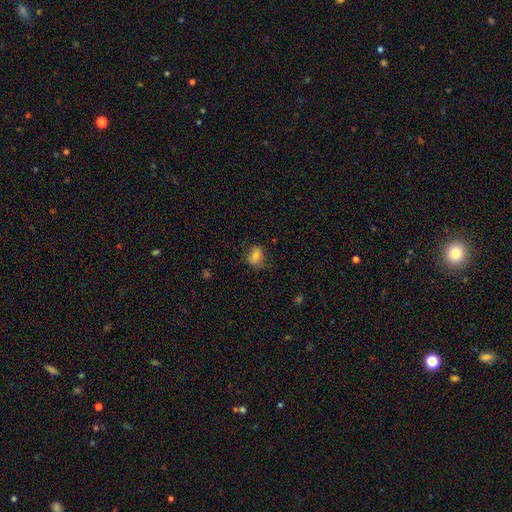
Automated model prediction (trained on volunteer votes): Q: Smooth or featured?
A: smooth (76%); runner-up: featured or disk (14%)
Q: How rounded?
A: in between (51%); runner-up: round (47%)
Q: Merging?
A: none (77%); runner-up: minor disturbance (18%)